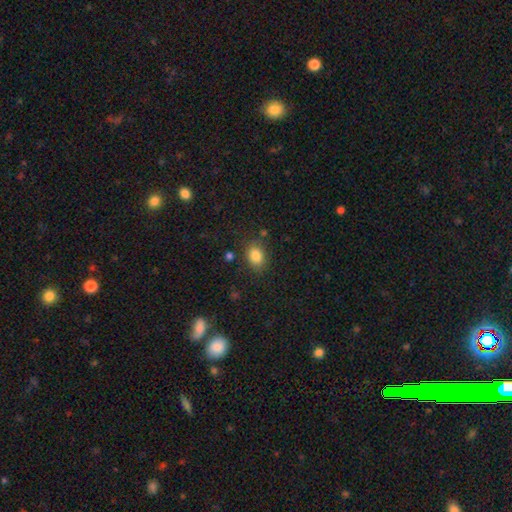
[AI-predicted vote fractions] smooth-or-featured: smooth: 84% | star or artifact: 10% | featured or disk: 6%
  how-rounded: in between: 68% | round: 31% | cigar-shaped: 1%
  merging: none: 80% | minor disturbance: 13% | major disturbance: 4% | merger: 3%